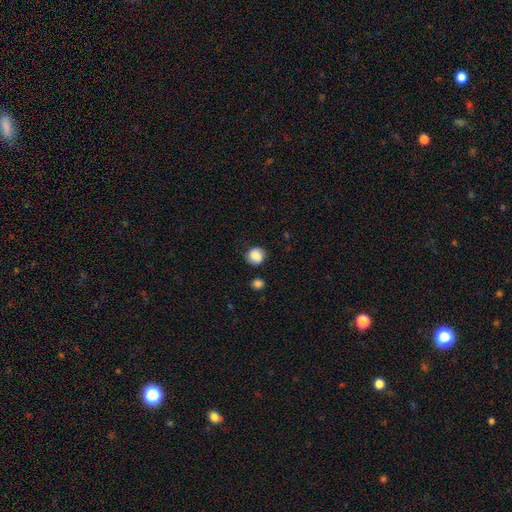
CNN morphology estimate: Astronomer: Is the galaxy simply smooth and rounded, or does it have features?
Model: smooth — 84%.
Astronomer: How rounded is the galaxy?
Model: round — 89%.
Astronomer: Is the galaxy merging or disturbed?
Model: none — 79%.